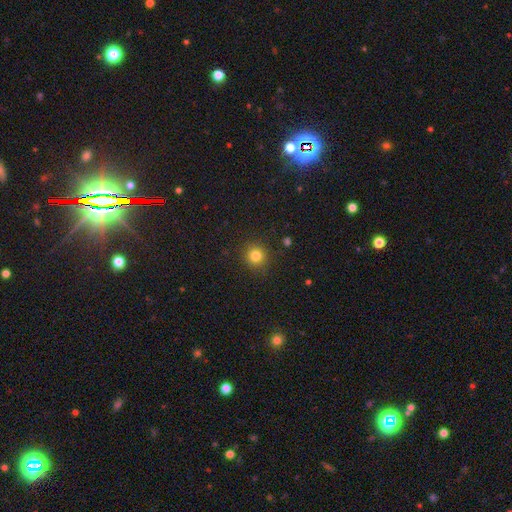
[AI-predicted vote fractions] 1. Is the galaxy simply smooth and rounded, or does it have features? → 81% smooth, 13% star or artifact, 6% featured or disk.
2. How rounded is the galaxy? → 92% round, 7% in between, 1% cigar-shaped.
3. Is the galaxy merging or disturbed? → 90% none, 7% minor disturbance, 2% major disturbance, 1% merger.